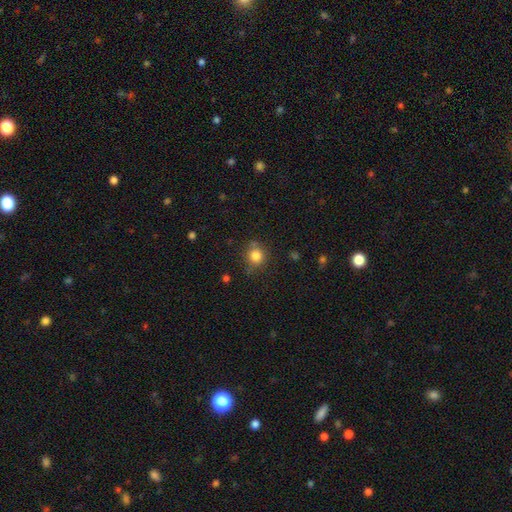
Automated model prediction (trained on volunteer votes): smooth_or_featured: smooth (p=0.82) [alt: star or artifact p=0.12]
how_rounded: round (p=0.88) [alt: in between p=0.11]
merging: none (p=0.74) [alt: minor disturbance p=0.16]